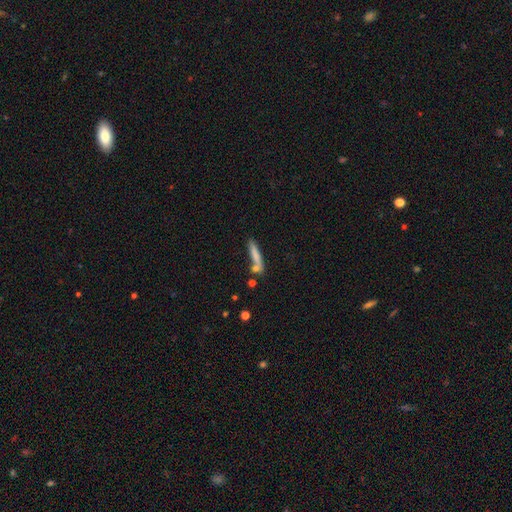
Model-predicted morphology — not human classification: type=smooth (73%); roundness=cigar-shaped (89%); merging=none (66%).